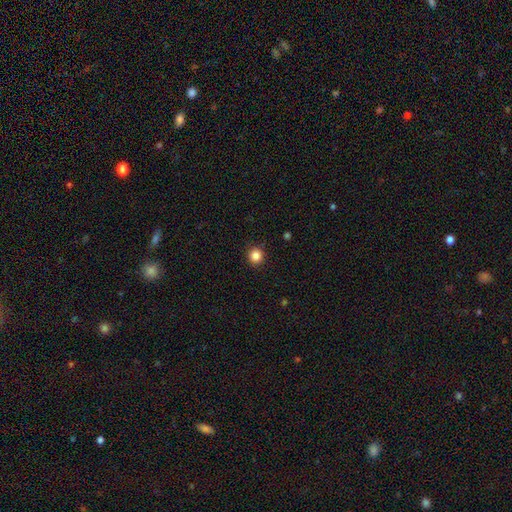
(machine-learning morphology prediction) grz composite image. It shows a smooth galaxy with no disk features (85%) that is round (93%). Merging: none (91%).